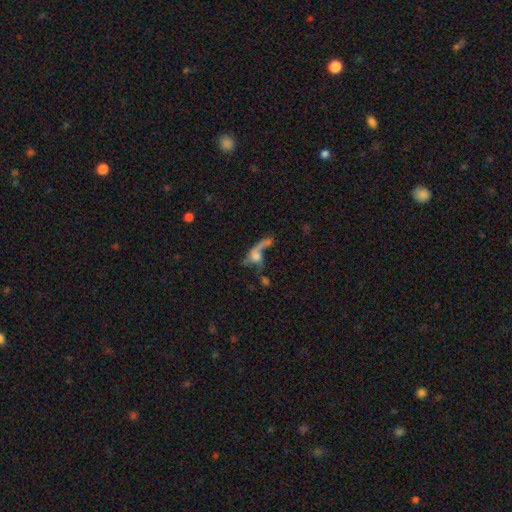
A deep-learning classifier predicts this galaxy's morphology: type=featured or disk (44%); merging=major disturbance (36%).